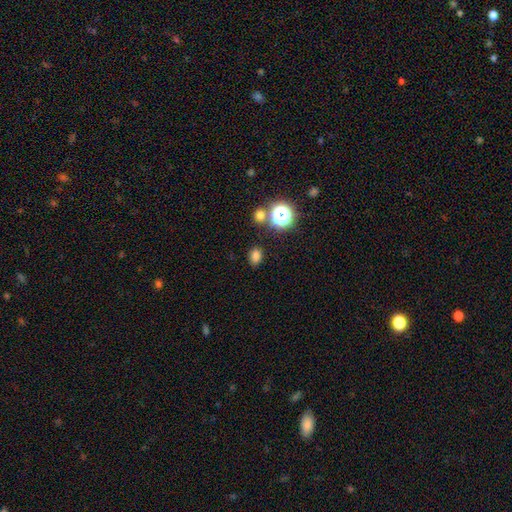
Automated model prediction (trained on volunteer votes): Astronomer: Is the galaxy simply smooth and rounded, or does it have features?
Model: smooth — 77%.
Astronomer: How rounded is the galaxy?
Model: in between — 66%.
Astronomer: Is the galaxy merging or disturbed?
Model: none — 81%.